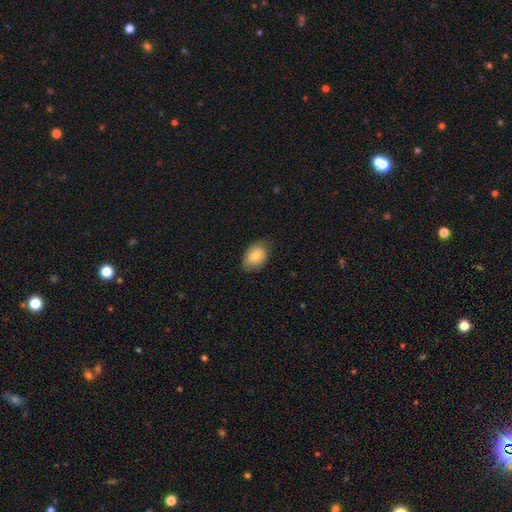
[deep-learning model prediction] The model was most divided on "merging": none: 74%, minor disturbance: 21%, major disturbance: 4%, merger: 1%. More confident: smooth or featured — smooth (81%); how rounded — in between (81%).